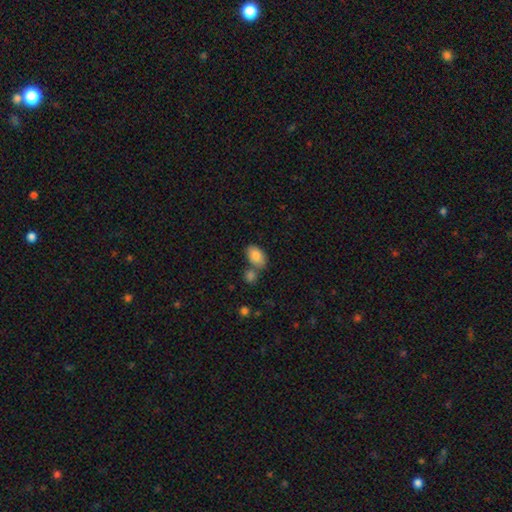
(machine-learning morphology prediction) Smooth or featured? smooth (84%)
How rounded? in between (89%)
Merging? none (57%)